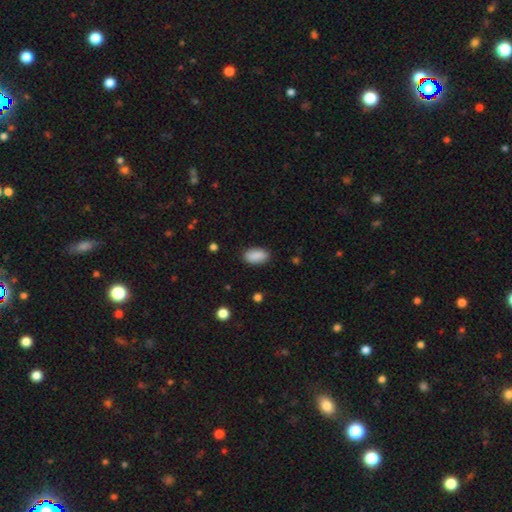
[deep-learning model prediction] smooth_or_featured: smooth (p=0.89) [alt: star or artifact p=0.07]
how_rounded: in between (p=0.93) [alt: round p=0.04]
merging: none (p=0.86) [alt: minor disturbance p=0.10]